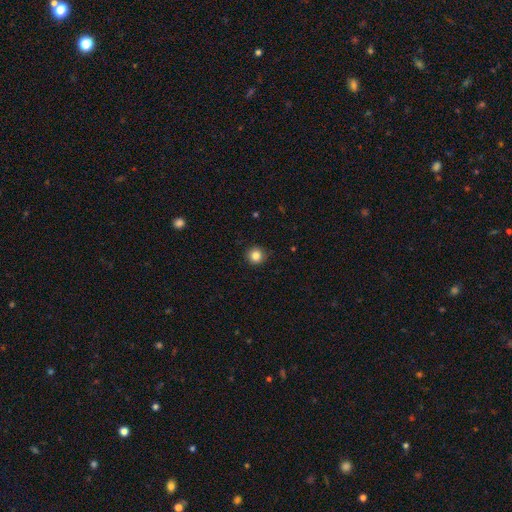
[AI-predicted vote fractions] Overall: smooth (85%). How rounded: round (95%). Merging: none (91%).